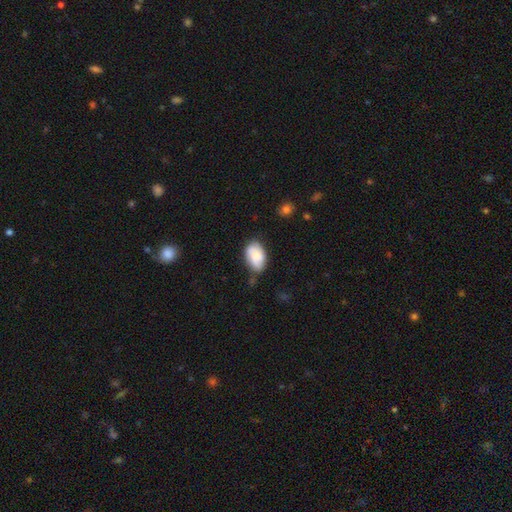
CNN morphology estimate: Smooth or featured?
  - smooth: 70% *
  - featured or disk: 22%
  - star or artifact: 7%
How rounded?
  - in between: 91% *
  - round: 8%
  - cigar-shaped: 1%
Merging?
  - none: 58% *
  - minor disturbance: 31%
  - major disturbance: 7%
  - merger: 4%